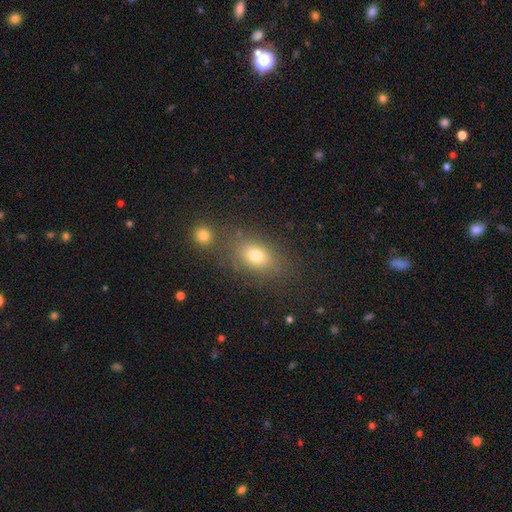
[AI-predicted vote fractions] Overall: smooth (73%). How rounded: in between (76%). Merging: none (71%).